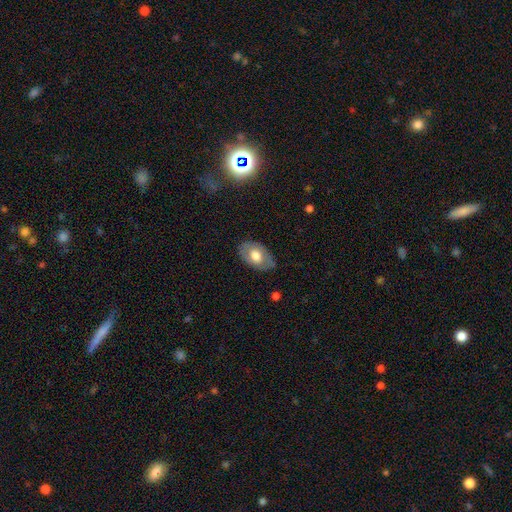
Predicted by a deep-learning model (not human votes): Smooth or featured? smooth (61%)
How rounded? in between (90%)
Merging? none (76%)